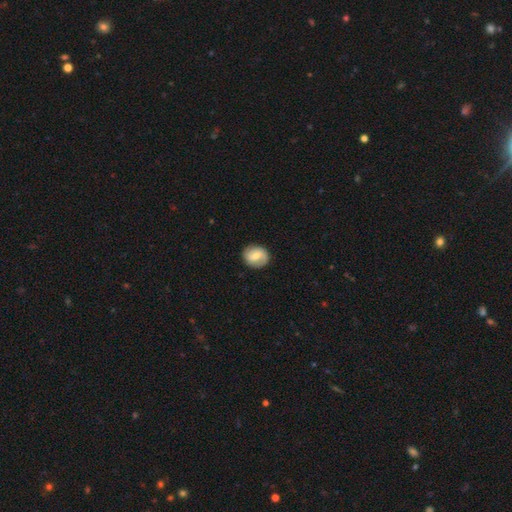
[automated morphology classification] smooth-or-featured: featured or disk: 52% | smooth: 41% | star or artifact: 7%
  disk-edge-on: no: 97% | yes: 3%
    bar: weak: 49% | no: 34% | strong: 17%
    has-spiral-arms: yes: 84% | no: 16%
    bulge-size: moderate: 48% | small: 44% | none: 4% | large: 3% | dominant: 1%
  merging: none: 86% | minor disturbance: 11% | major disturbance: 3% | merger: 1%